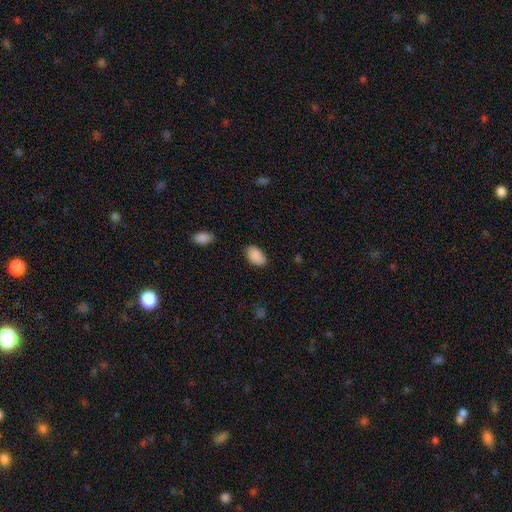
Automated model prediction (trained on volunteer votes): Smooth or featured? smooth (90%)
How rounded? in between (92%)
Merging? none (82%)